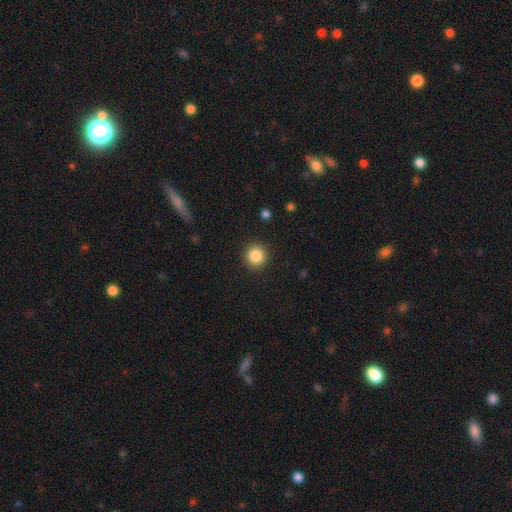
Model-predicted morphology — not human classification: Smooth or featured? smooth (86%)
How rounded? round (93%)
Merging? none (91%)